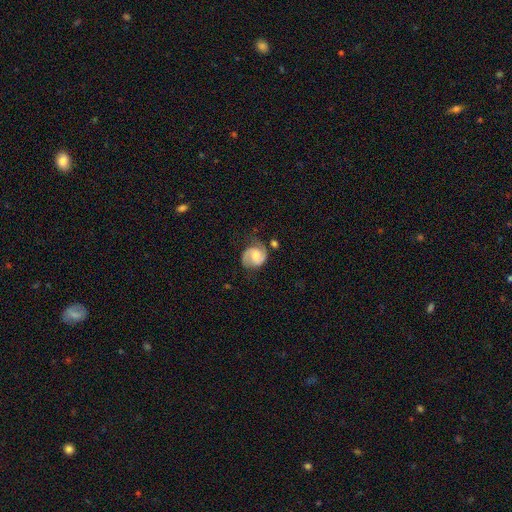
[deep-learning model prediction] Smooth or featured?
  - featured or disk: 73% *
  - smooth: 20%
  - star or artifact: 6%
Edge-on disk?
  - no: 98% *
  - yes: 2%
Bar?
  - weak: 46% *
  - no: 41%
  - strong: 13%
Spiral arms?
  - yes: 94% *
  - no: 6%
Spiral winding?
  - medium: 47% *
  - tight: 35%
  - loose: 18%
Spiral arm count?
  - 2: 84% *
  - 1: 7%
  - can't tell: 6%
  - 3: 1%
  - 4: 1%
  - more than 4: 1%
Bulge size?
  - moderate: 43% *
  - small: 30%
  - none: 14%
  - large: 12%
  - dominant: 2%
Merging?
  - none: 60% *
  - minor disturbance: 24%
  - major disturbance: 11%
  - merger: 5%